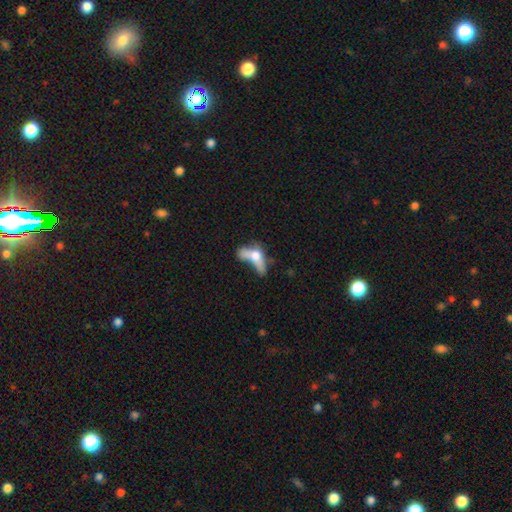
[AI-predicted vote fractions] Smooth or featured? smooth (53%)
How rounded? in between (61%)
Merging? major disturbance (36%)